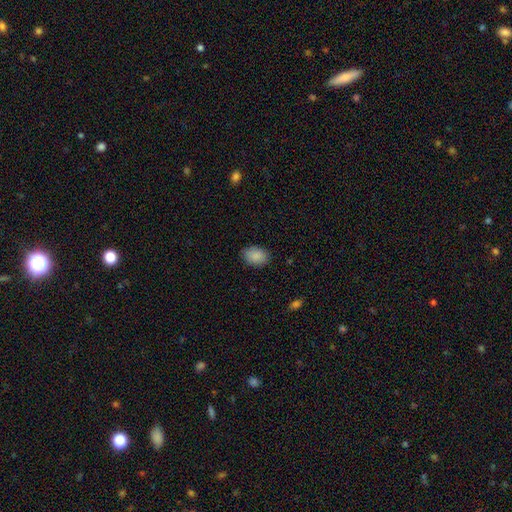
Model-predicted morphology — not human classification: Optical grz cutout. It shows a smooth galaxy with no disk features (88%) that is in between round and cigar-shaped (76%). Merging: none (85%).